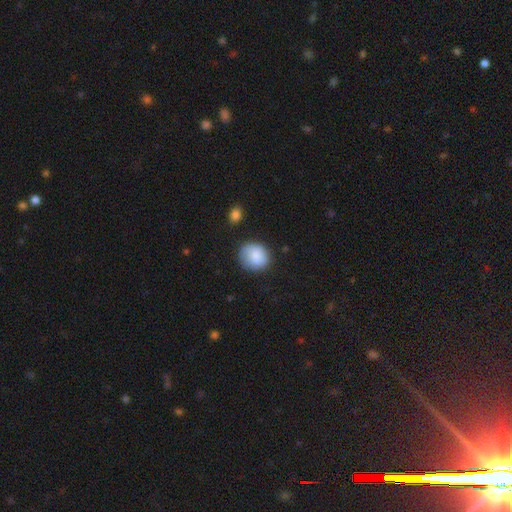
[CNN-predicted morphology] smooth_or_featured: smooth (p=0.82) [alt: featured or disk p=0.11]
how_rounded: round (p=0.79) [alt: in between p=0.20]
merging: none (p=0.78) [alt: minor disturbance p=0.16]